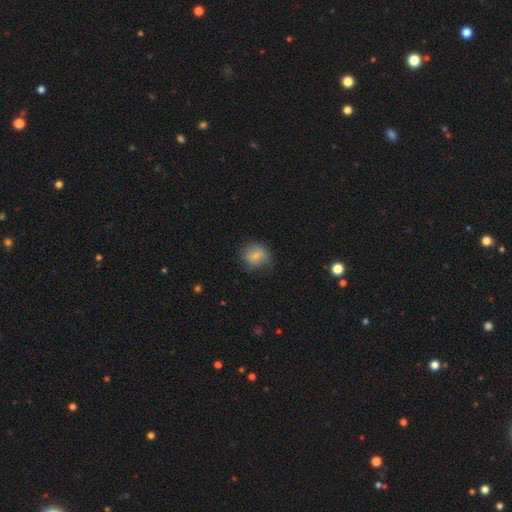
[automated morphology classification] This appears to be a smooth galaxy with no disk features (68%) that is round (71%). Merging: none (65%).